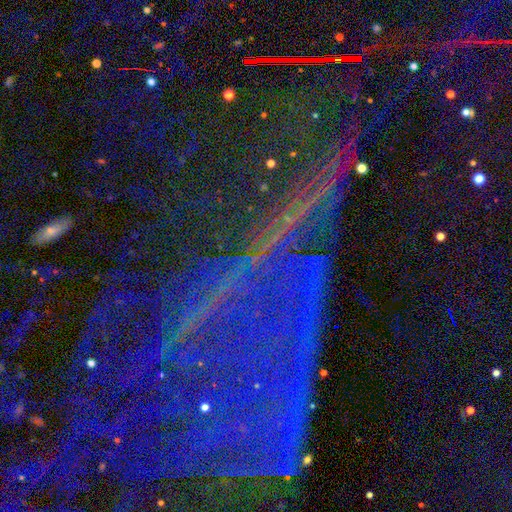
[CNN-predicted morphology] The model was most divided on "smooth or featured": star or artifact: 86%, featured or disk: 7%, smooth: 6%.